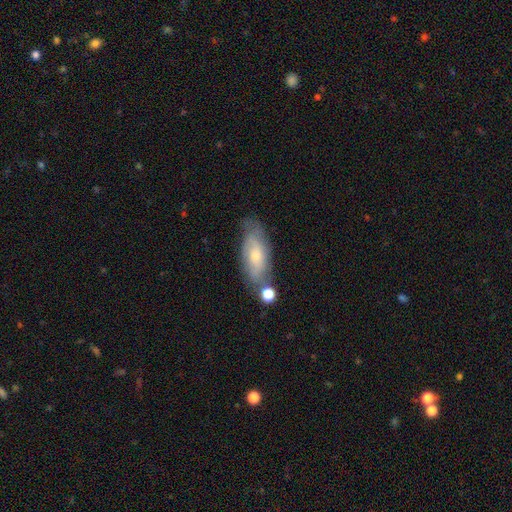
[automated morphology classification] Smooth or featured? smooth (51%)
How rounded? in between (76%)
Merging? none (60%)